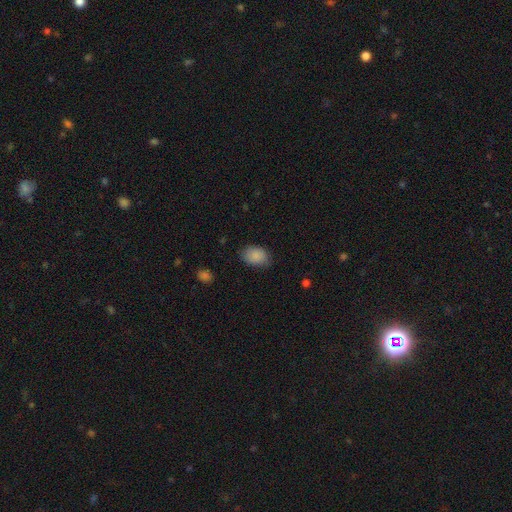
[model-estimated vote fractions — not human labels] Smooth or featured?
  - smooth: 87% *
  - star or artifact: 8%
  - featured or disk: 5%
How rounded?
  - in between: 78% *
  - round: 21%
  - cigar-shaped: 1%
Merging?
  - none: 79% *
  - minor disturbance: 16%
  - major disturbance: 4%
  - merger: 1%